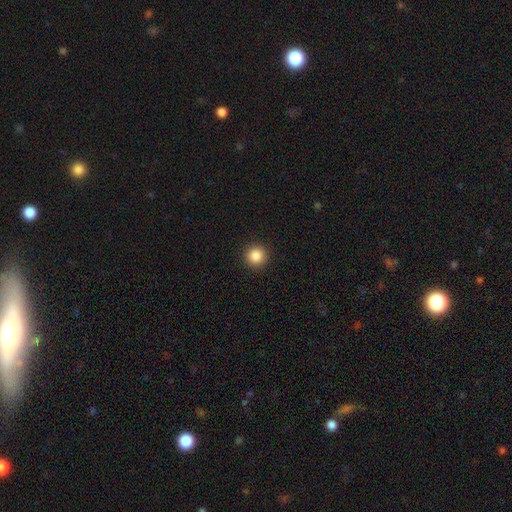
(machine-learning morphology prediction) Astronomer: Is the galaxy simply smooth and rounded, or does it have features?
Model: smooth — 86%.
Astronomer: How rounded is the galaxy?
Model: round — 96%.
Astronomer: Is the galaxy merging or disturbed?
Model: none — 93%.